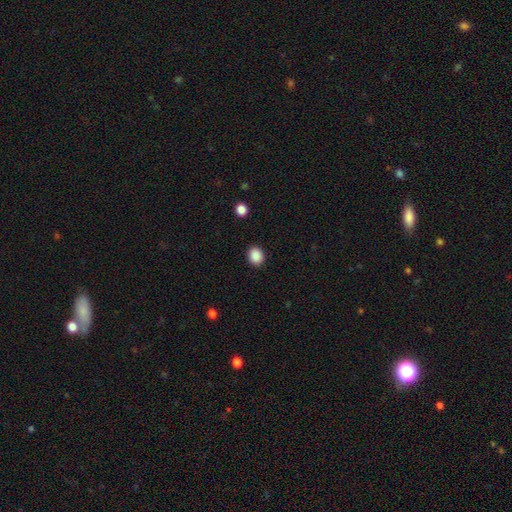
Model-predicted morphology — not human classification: smooth_or_featured: smooth (p=0.89) [alt: star or artifact p=0.09]
how_rounded: round (p=0.61) [alt: in between p=0.38]
merging: none (p=0.91) [alt: minor disturbance p=0.06]